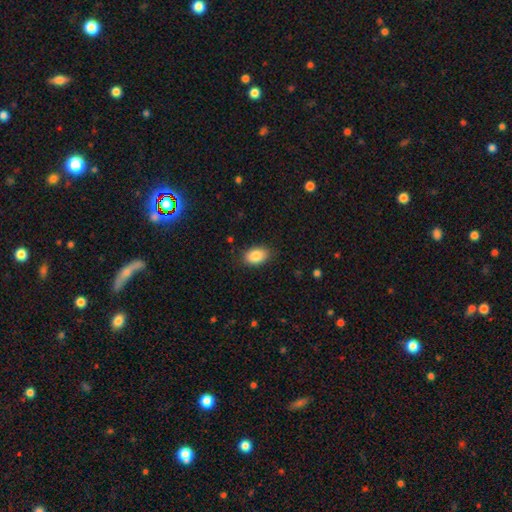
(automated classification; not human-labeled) Smooth or featured? smooth (86%)
How rounded? in between (88%)
Merging? none (85%)